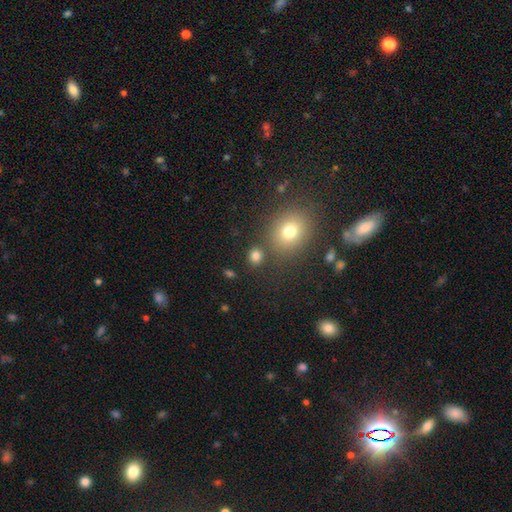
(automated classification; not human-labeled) Smooth or featured? Predicted: smooth (p=0.80). How rounded? Predicted: round (p=0.72). Merging? Predicted: none (p=0.79).